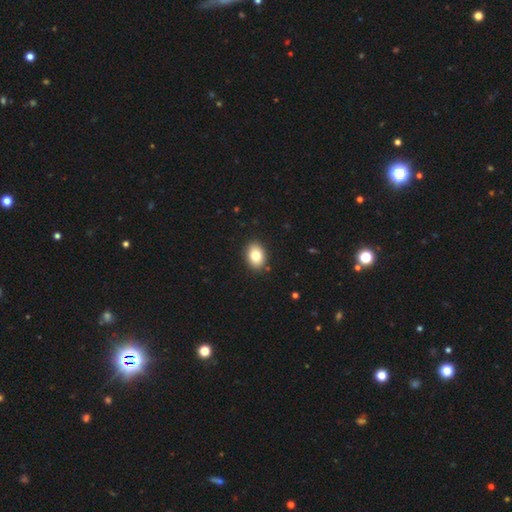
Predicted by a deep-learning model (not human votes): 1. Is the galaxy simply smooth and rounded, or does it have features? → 81% smooth, 11% featured or disk, 8% star or artifact.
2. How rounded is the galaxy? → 75% in between, 24% round, 1% cigar-shaped.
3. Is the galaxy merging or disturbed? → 90% none, 7% minor disturbance, 2% major disturbance, 1% merger.